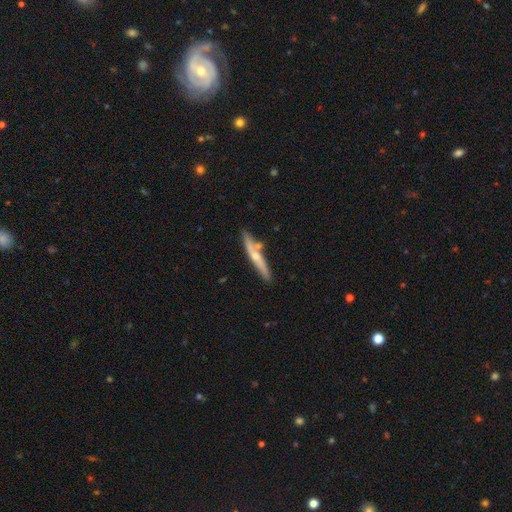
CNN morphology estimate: This is possibly a featured or disk galaxy (51%). It is clearly viewed edge-on (88%). Merging: likely none (73%).